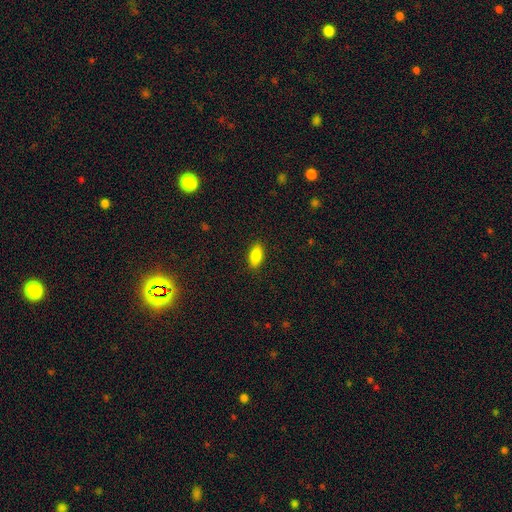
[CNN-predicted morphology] Smooth or featured? smooth (85%)
How rounded? in between (89%)
Merging? none (88%)